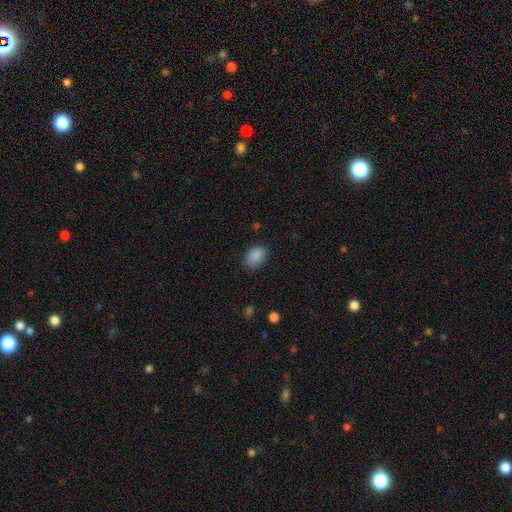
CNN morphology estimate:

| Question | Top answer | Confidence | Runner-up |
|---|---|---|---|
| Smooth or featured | smooth | 88% | star or artifact (8%) |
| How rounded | in between | 81% | round (18%) |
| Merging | none | 81% | minor disturbance (15%) |